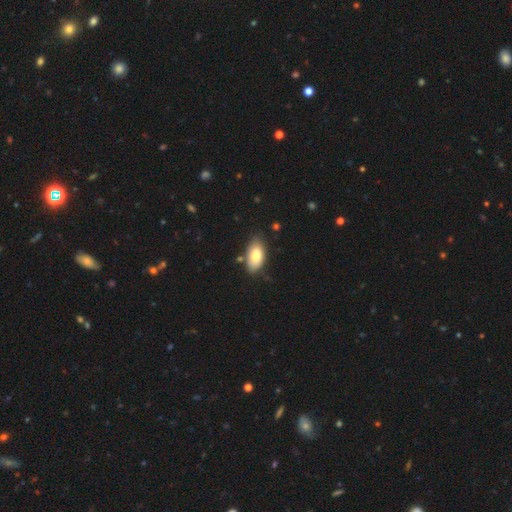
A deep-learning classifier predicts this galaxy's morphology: Smooth or featured: smooth — 78% (featured or disk — 16%)
How rounded: in between — 93% (cigar-shaped — 3%)
Merging: none — 75% (minor disturbance — 17%)